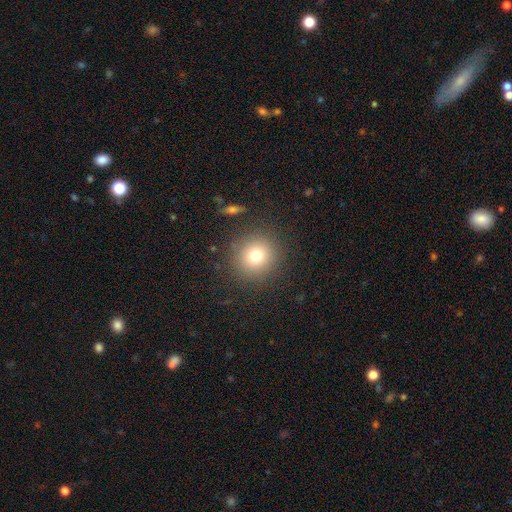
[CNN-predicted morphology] Smooth or featured? smooth (75%)
How rounded? round (92%)
Merging? none (88%)